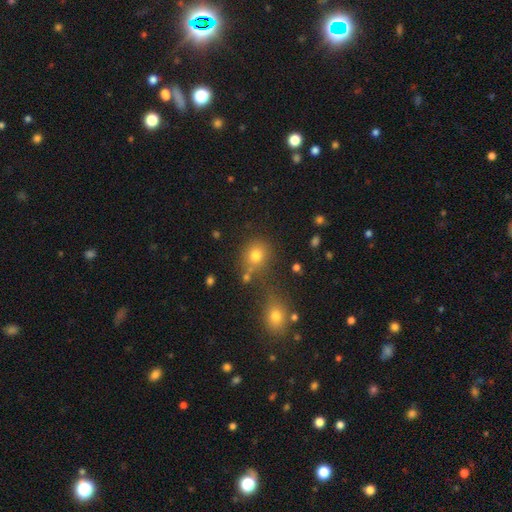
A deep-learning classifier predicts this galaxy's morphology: type=smooth (75%); roundness=round (80%); merging=none (66%).